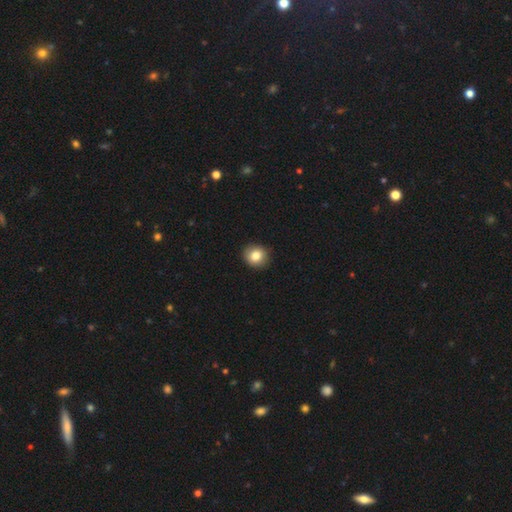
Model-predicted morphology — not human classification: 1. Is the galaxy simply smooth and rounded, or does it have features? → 84% smooth, 9% star or artifact, 7% featured or disk.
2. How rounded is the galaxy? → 83% round, 16% in between, 1% cigar-shaped.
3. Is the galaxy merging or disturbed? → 90% none, 7% minor disturbance, 2% major disturbance, 1% merger.